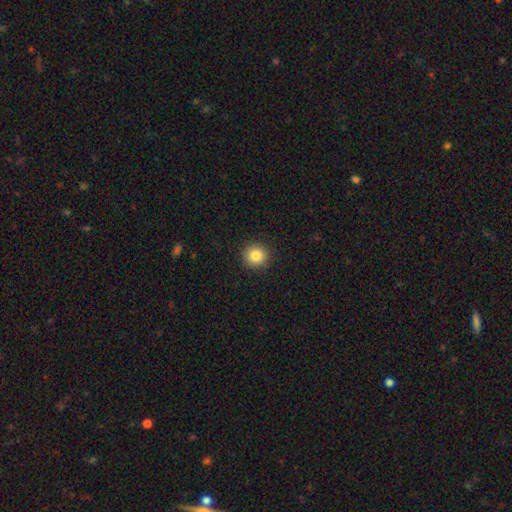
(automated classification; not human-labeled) smooth_or_featured: smooth (p=0.83) [alt: star or artifact p=0.11]
how_rounded: round (p=0.95) [alt: in between p=0.04]
merging: none (p=0.93) [alt: minor disturbance p=0.05]